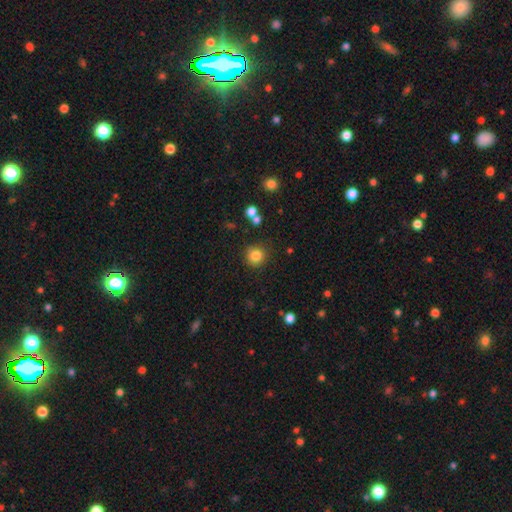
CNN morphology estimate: Smooth or featured?
  - smooth: 83% *
  - star or artifact: 11%
  - featured or disk: 5%
How rounded?
  - round: 92% *
  - in between: 7%
  - cigar-shaped: 1%
Merging?
  - none: 85% *
  - minor disturbance: 9%
  - merger: 3%
  - major disturbance: 3%